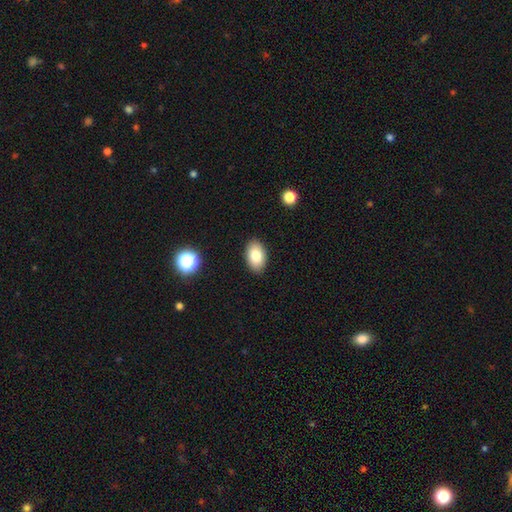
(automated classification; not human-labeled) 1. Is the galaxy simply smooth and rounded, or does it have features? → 83% smooth, 9% featured or disk, 8% star or artifact.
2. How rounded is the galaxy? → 92% in between, 7% round, 1% cigar-shaped.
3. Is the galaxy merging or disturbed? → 88% none, 9% minor disturbance, 2% major disturbance, 1% merger.